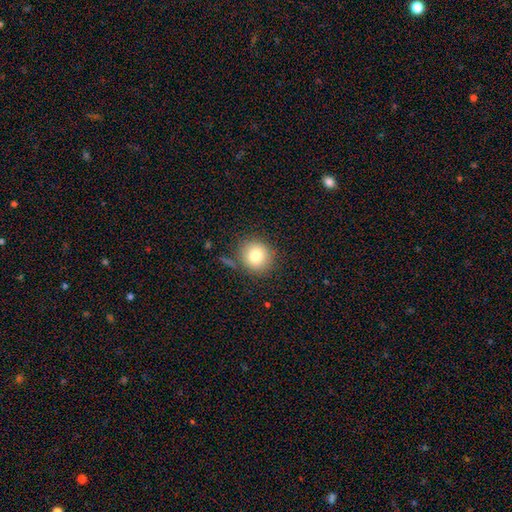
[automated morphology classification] Smooth or featured? smooth (79%)
How rounded? round (90%)
Merging? none (82%)